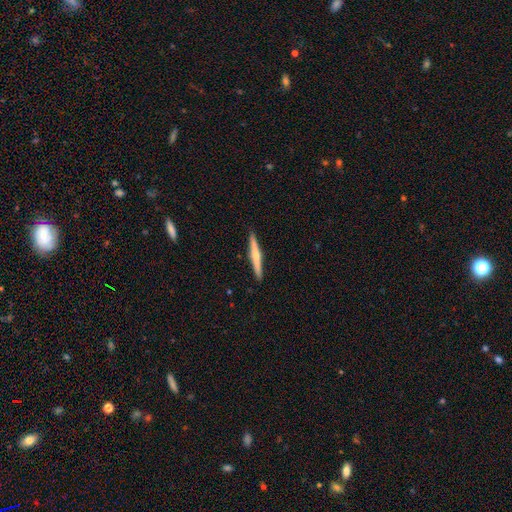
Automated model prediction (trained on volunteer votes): The model was most divided on "smooth or featured": featured or disk: 53%, smooth: 42%, star or artifact: 5%. More confident: edge-on disk — yes (98%); merging — none (91%); edge-on bulge — rounded (68%).